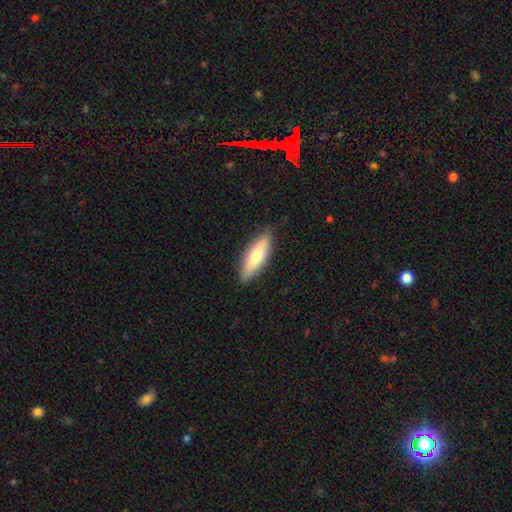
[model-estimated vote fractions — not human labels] smooth 65%, featured or disk 30%, star or artifact 6%. Down the decision tree: how rounded — cigar-shaped (53%); merging — none (88%).